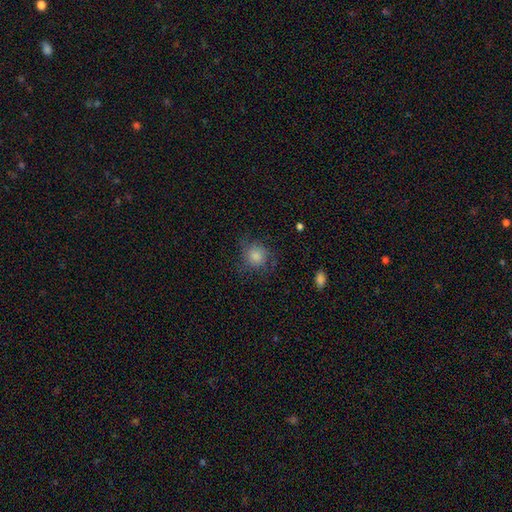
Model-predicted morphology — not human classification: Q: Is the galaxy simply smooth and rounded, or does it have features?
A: smooth — 59%.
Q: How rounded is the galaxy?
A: round — 86%.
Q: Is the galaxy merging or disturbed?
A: none — 70%.